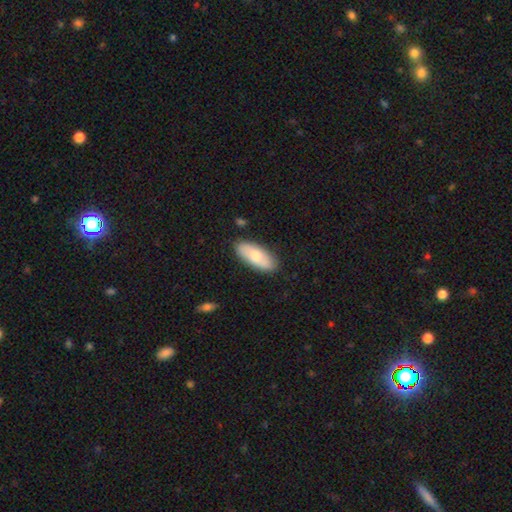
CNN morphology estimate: Smooth or featured: smooth — 69% (featured or disk — 25%)
How rounded: in between — 85% (cigar-shaped — 13%)
Merging: none — 86% (minor disturbance — 11%)